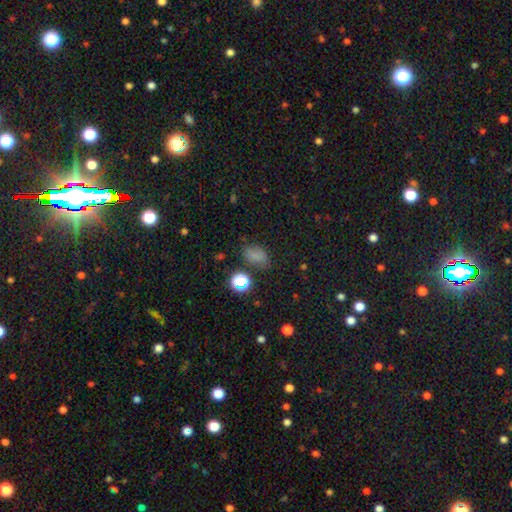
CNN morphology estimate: smooth 71%, star or artifact 23%, featured or disk 7%. Down the decision tree: how rounded — in between (77%); merging — none (71%).